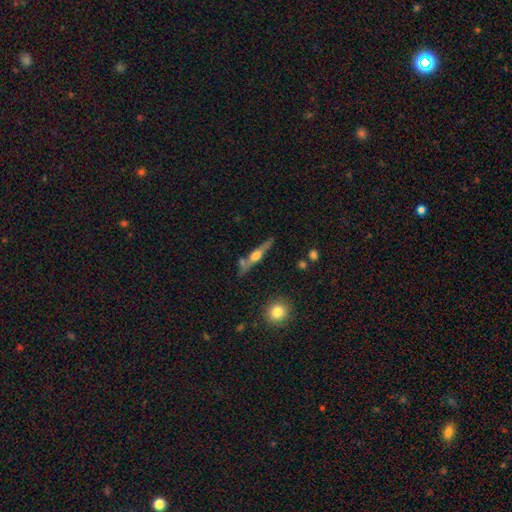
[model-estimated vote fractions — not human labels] Smooth or featured: featured or disk — 65% (smooth — 29%)
Edge-on disk: yes — 94% (no — 6%)
Edge-on bulge: rounded — 89% (boxy — 7%)
Merging: none — 72% (minor disturbance — 14%)